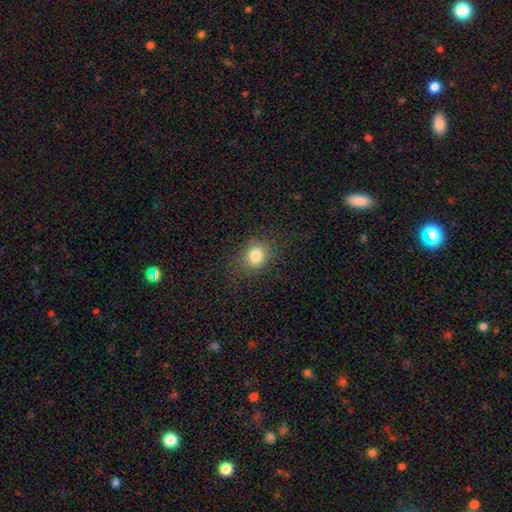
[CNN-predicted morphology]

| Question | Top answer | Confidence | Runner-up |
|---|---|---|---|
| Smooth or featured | smooth | 82% | star or artifact (11%) |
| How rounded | round | 54% | in between (45%) |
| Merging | none | 82% | minor disturbance (12%) |